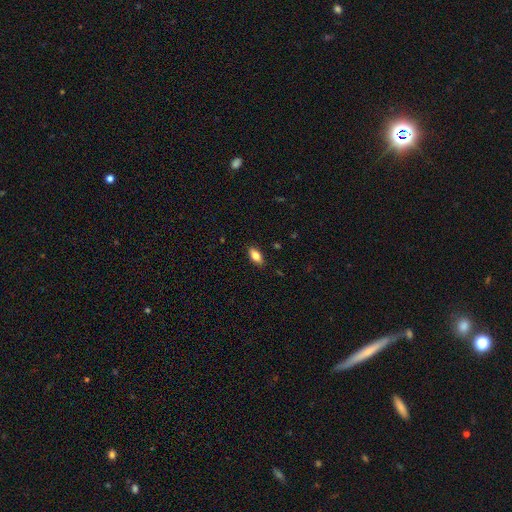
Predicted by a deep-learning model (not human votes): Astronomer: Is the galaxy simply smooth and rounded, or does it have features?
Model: smooth — 83%.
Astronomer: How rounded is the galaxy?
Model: in between — 89%.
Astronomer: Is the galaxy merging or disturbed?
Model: none — 87%.